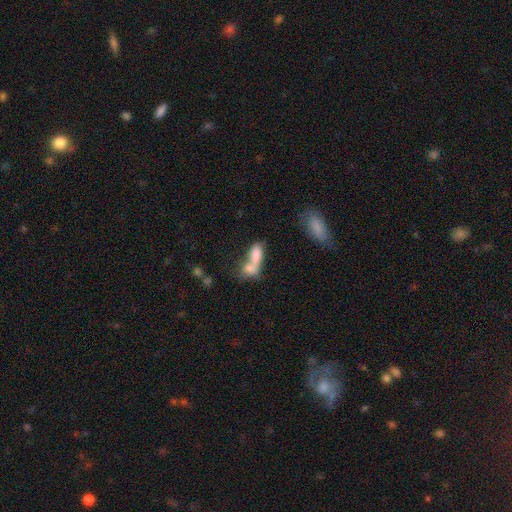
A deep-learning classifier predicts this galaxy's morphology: Q: Smooth or featured?
A: smooth (75%); runner-up: featured or disk (16%)
Q: How rounded?
A: in between (77%); runner-up: cigar-shaped (15%)
Q: Merging?
A: merger (69%); runner-up: none (18%)